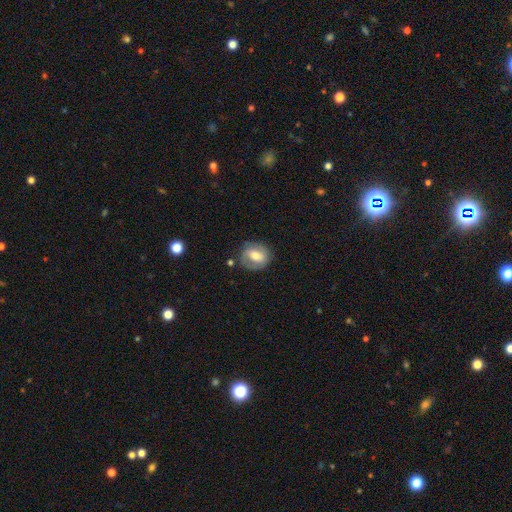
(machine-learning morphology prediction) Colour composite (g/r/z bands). It shows a smooth galaxy with no disk features (51%) that is round (62%). Merging: none (72%).